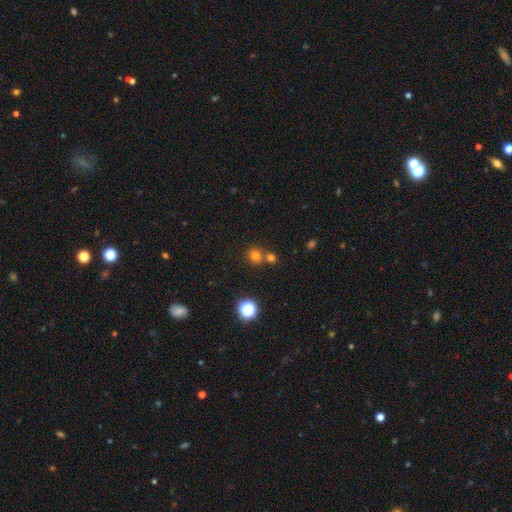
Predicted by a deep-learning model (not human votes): Smooth or featured?
  - smooth: 73% *
  - star or artifact: 21%
  - featured or disk: 6%
How rounded?
  - round: 80% *
  - in between: 19%
  - cigar-shaped: 1%
Merging?
  - none: 59% *
  - merger: 31%
  - minor disturbance: 7%
  - major disturbance: 3%